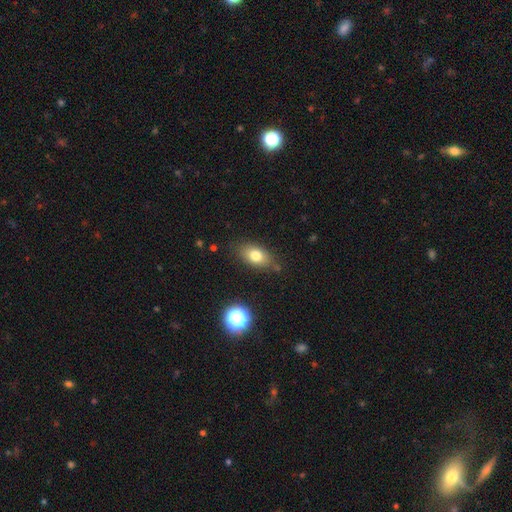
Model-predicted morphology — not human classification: Smooth or featured: smooth — 77% (featured or disk — 13%)
How rounded: in between — 84% (round — 13%)
Merging: none — 75% (minor disturbance — 17%)